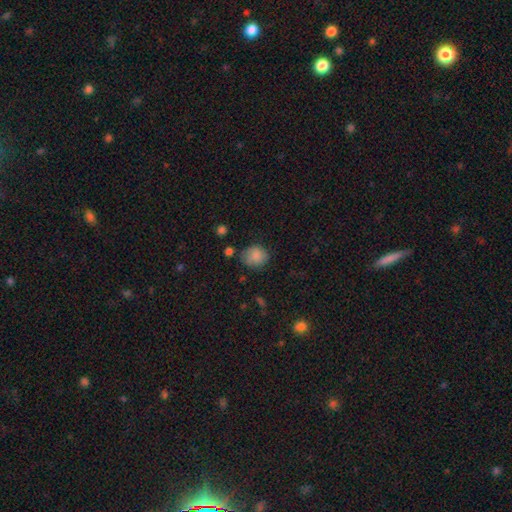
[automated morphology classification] A smooth galaxy with no disk features (84%) that is round (72%). Merging: none (74%).